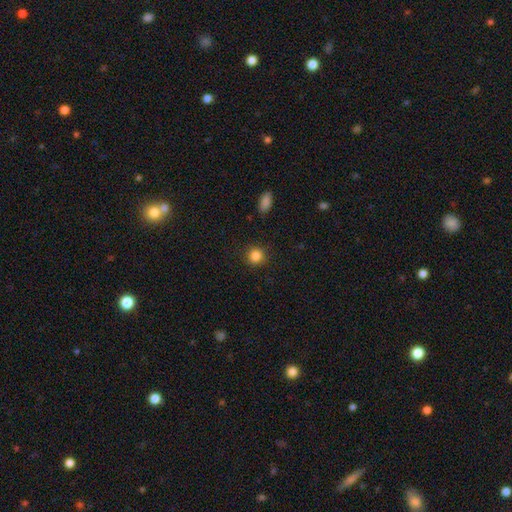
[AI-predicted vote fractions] Smooth or featured: smooth — 85% (star or artifact — 11%)
How rounded: round — 92% (in between — 7%)
Merging: none — 90% (minor disturbance — 7%)